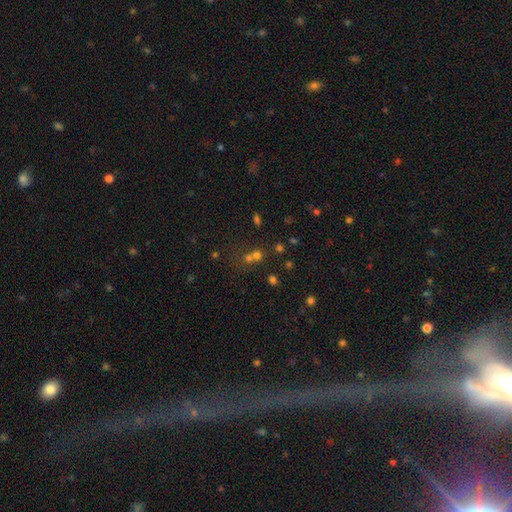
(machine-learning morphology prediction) A smooth galaxy with no disk features (53%) that is round (82%). Merging: none (49%).